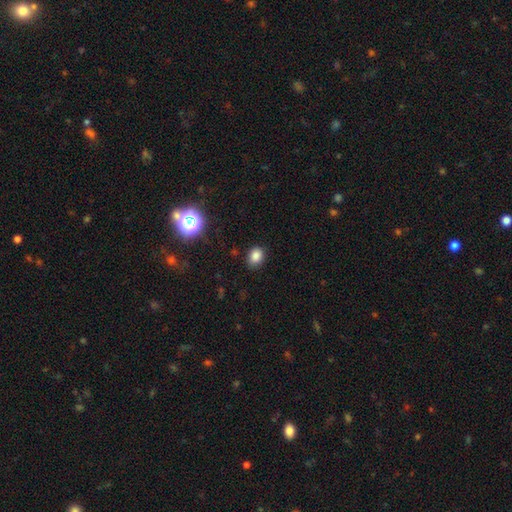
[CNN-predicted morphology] A smooth galaxy with no disk features (82%) that is in between round and cigar-shaped (50%). Merging: none (84%).